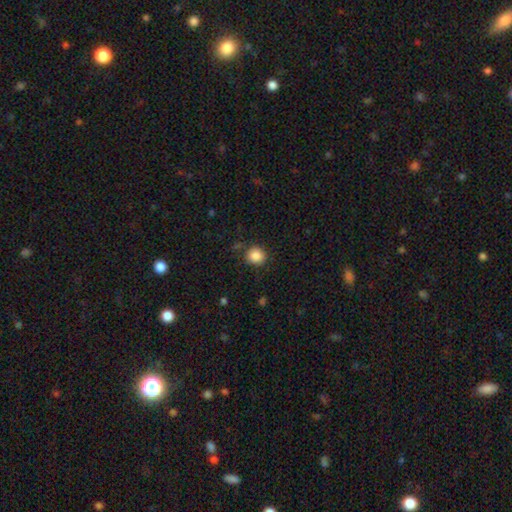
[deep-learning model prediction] smooth 86%, star or artifact 10%, featured or disk 4%. Down the decision tree: how rounded — round (88%); merging — none (83%).